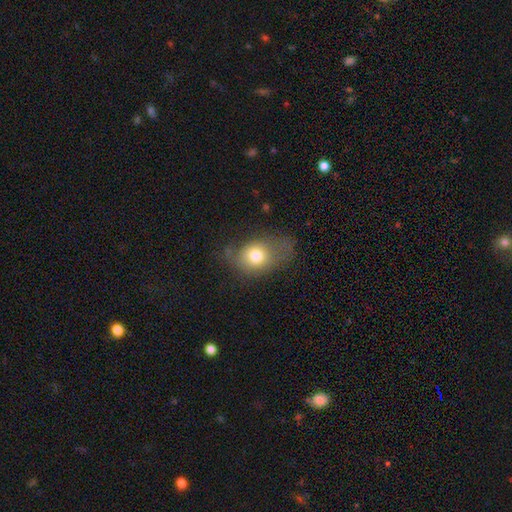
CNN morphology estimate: Overall: smooth (73%). How rounded: in between (60%; round 39%). Merging: none (42%; minor disturbance 32%).